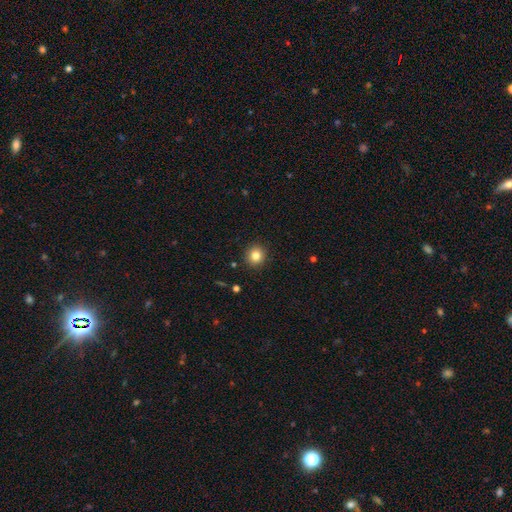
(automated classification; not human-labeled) Q: Smooth or featured?
A: smooth (83%); runner-up: star or artifact (11%)
Q: How rounded?
A: round (91%); runner-up: in between (8%)
Q: Merging?
A: none (92%); runner-up: minor disturbance (6%)